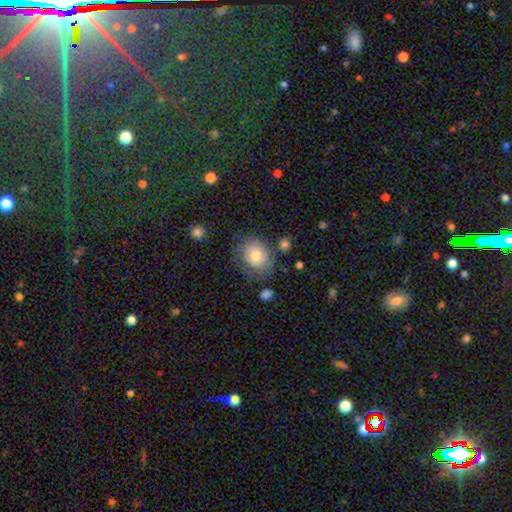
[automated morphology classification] smooth_or_featured: smooth (p=0.71) [alt: featured or disk p=0.20]
how_rounded: round (p=0.52) [alt: in between p=0.48]
merging: none (p=0.57) [alt: minor disturbance p=0.26]